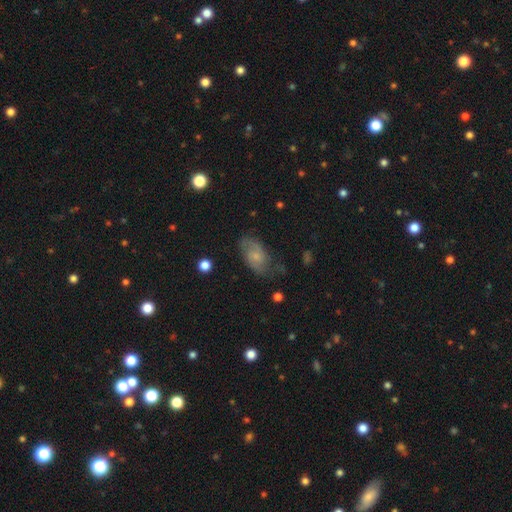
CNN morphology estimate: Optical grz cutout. It shows a featured or disk galaxy (61%) with no bar (61%), 2 (79%) medium (48%) spiral arms (88%) and a small central bulge (56%). Merging: none (64%).